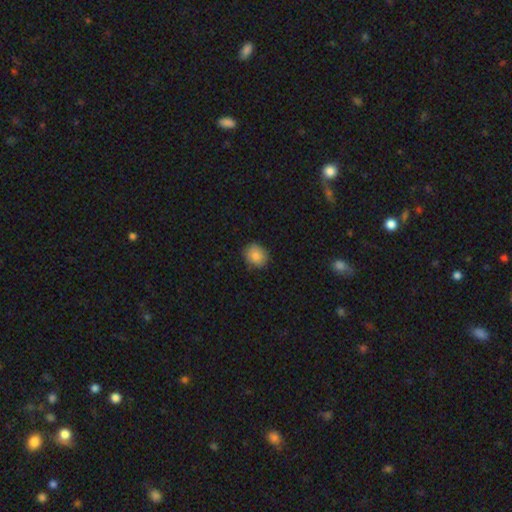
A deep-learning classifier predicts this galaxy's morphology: smooth-or-featured: smooth: 85% | star or artifact: 9% | featured or disk: 6%
  how-rounded: round: 67% | in between: 32% | cigar-shaped: 1%
  merging: none: 83% | minor disturbance: 13% | major disturbance: 2% | merger: 1%